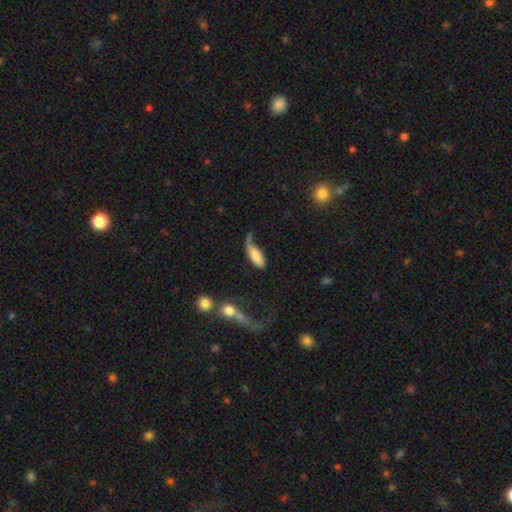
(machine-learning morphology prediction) Q: Smooth or featured?
A: smooth (76%); runner-up: featured or disk (17%)
Q: How rounded?
A: in between (74%); runner-up: cigar-shaped (23%)
Q: Merging?
A: major disturbance (32%); runner-up: none (29%)